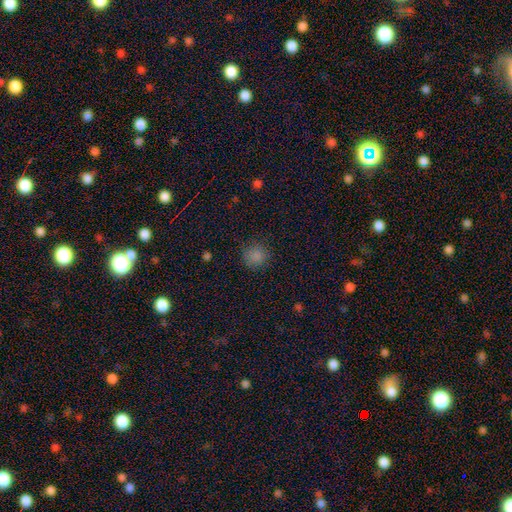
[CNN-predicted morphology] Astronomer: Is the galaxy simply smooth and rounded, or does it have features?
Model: smooth — 83%.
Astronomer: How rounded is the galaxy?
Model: round — 92%.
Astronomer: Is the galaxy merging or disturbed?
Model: none — 86%.